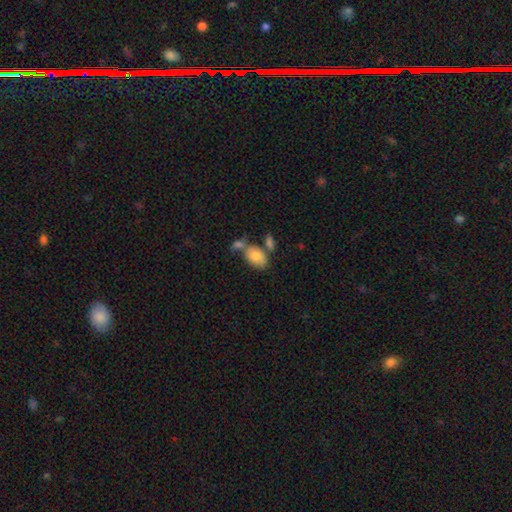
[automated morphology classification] The model was most divided on "merging": none: 44%, merger: 33%, minor disturbance: 16%, major disturbance: 6%. More confident: how rounded — in between (88%); smooth or featured — smooth (80%).